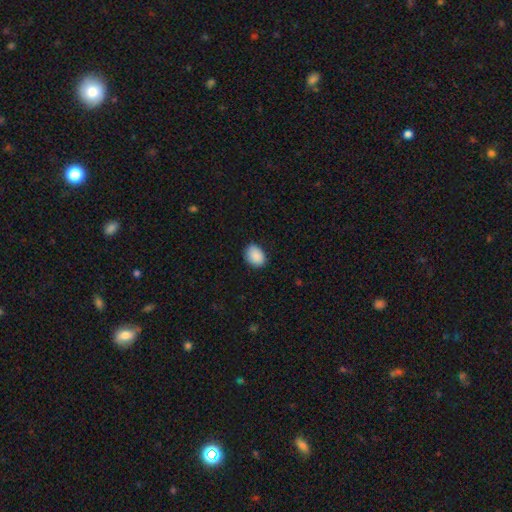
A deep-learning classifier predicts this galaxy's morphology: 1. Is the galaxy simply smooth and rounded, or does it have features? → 89% smooth, 7% star or artifact, 3% featured or disk.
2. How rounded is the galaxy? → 68% in between, 31% round, 1% cigar-shaped.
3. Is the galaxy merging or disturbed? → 79% none, 17% minor disturbance, 3% major disturbance, 1% merger.